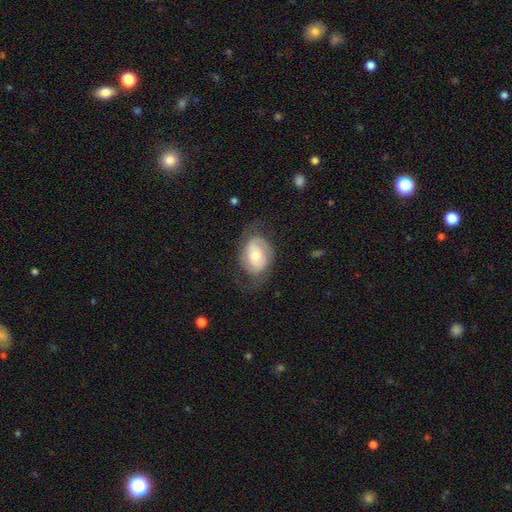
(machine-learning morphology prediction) A featured or disk galaxy (60%) with no bar (58%), spiral arms (79%) and a moderate central bulge (57%).

Vote fractions:
- Smooth or featured? featured or disk: 60% / smooth: 34% / star or artifact: 6%
- Edge-on disk? no: 96% / yes: 4%
- Bar? no: 58% / weak: 32% / strong: 10%
- Spiral arms? yes: 79% / no: 21%
- Bulge size? moderate: 57% / small: 35% / large: 6% / none: 1% / dominant: 1%
- Merging? none: 57% / minor disturbance: 23% / major disturbance: 19% / merger: 1%